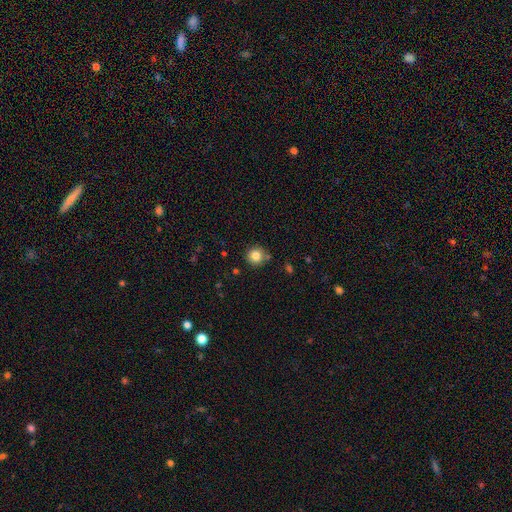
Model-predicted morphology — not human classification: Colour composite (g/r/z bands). It shows a smooth galaxy with no disk features (83%) that is round (93%). Merging: none (82%).